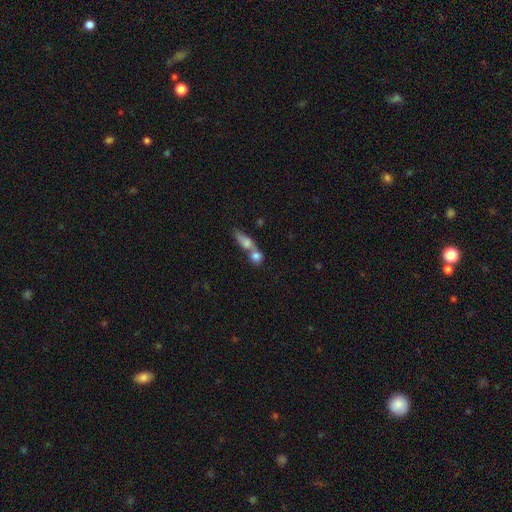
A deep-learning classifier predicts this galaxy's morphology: smooth 76%, featured or disk 15%, star or artifact 9%. Down the decision tree: how rounded — round (52%); merging — merger (62%).